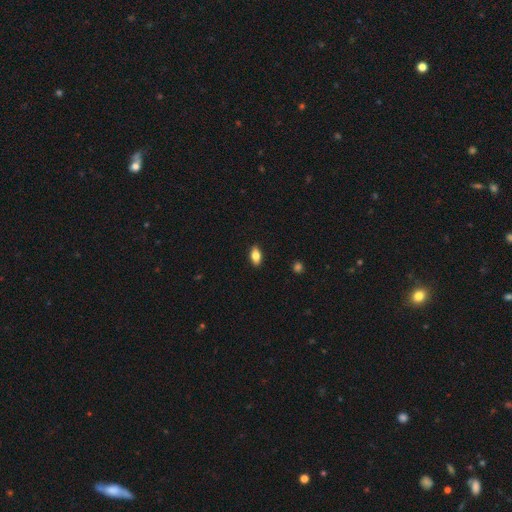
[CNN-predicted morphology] smooth 78%, featured or disk 15%, star or artifact 8%. Down the decision tree: how rounded — in between (88%); merging — none (89%).